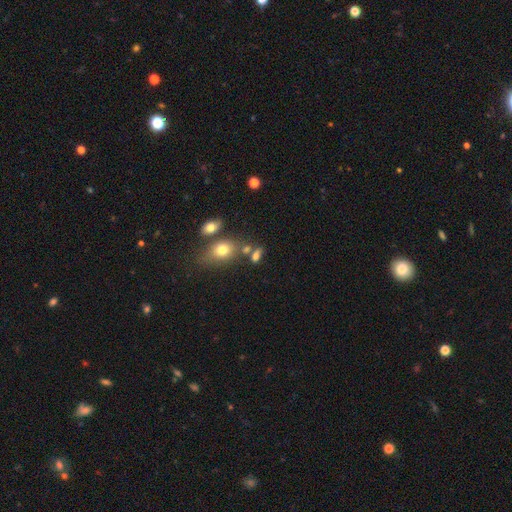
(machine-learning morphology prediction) type=smooth (73%); roundness=in between (76%); merging=none (56%).